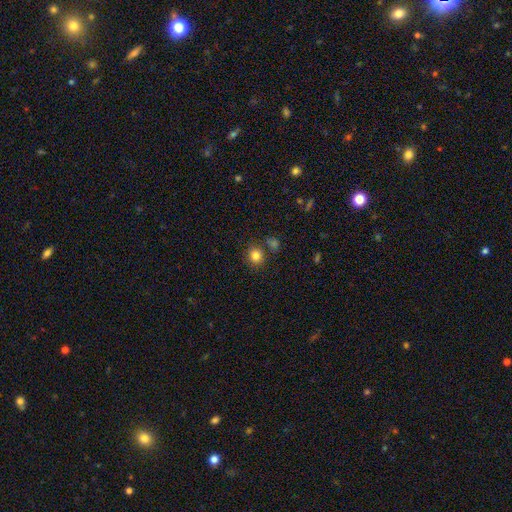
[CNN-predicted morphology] Smooth or featured: smooth — 83% (star or artifact — 12%)
How rounded: round — 85% (in between — 14%)
Merging: none — 77% (merger — 10%)